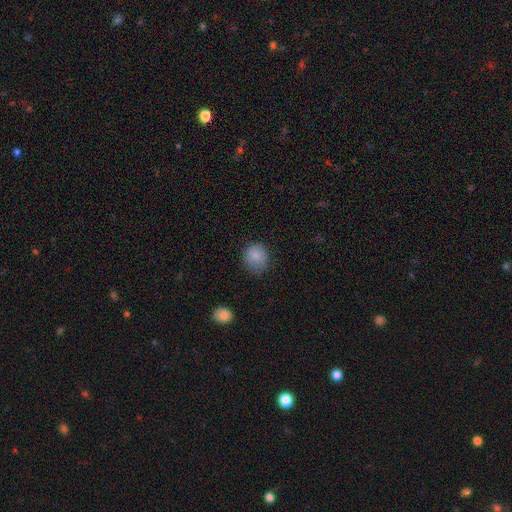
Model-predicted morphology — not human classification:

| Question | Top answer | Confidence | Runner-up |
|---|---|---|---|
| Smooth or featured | smooth | 85% | star or artifact (9%) |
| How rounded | round | 78% | in between (21%) |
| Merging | none | 72% | minor disturbance (22%) |